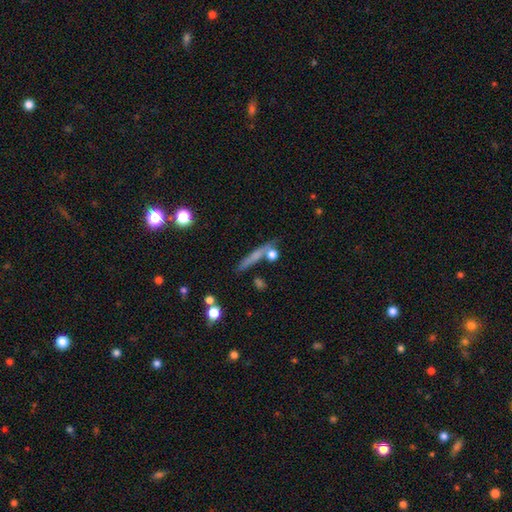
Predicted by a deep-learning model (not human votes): A smooth galaxy with no disk features (56%) that is cigar-shaped (83%).

Vote fractions:
- Smooth or featured? smooth: 56% / featured or disk: 32% / star or artifact: 12%
- How rounded? cigar-shaped: 83% / in between: 9% / round: 8%
- Merging? none: 72% / minor disturbance: 13% / merger: 10% / major disturbance: 5%